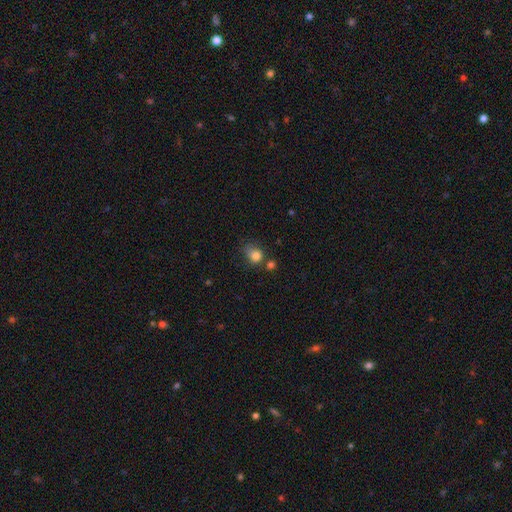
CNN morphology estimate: The model was most divided on "merging": none: 42%, minor disturbance: 29%, merger: 15%, major disturbance: 14%. More confident: smooth or featured — smooth (80%); how rounded — round (59%).